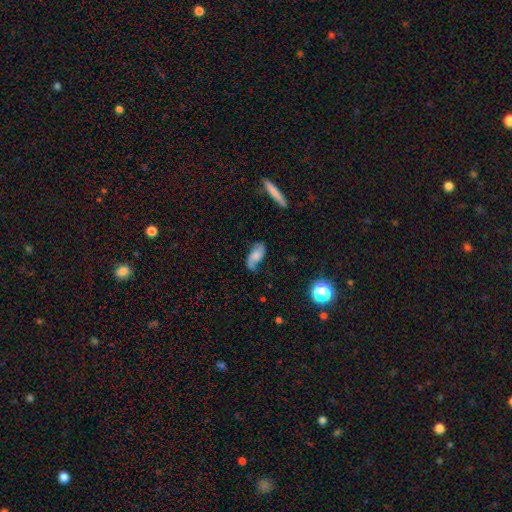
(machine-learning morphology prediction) smooth_or_featured: featured or disk (p=0.63) [alt: smooth p=0.29]
disk_edge_on: no (p=0.93) [alt: yes p=0.07]
bar: no (p=0.62) [alt: weak p=0.30]
has_spiral_arms: yes (p=0.93) [alt: no p=0.07]
spiral_winding: loose (p=0.58) [alt: medium p=0.30]
spiral_arm_count: 2 (p=0.88) [alt: 1 p=0.05]
bulge_size: none (p=0.33) [alt: moderate p=0.25]
merging: none (p=0.65) [alt: minor disturbance p=0.23]